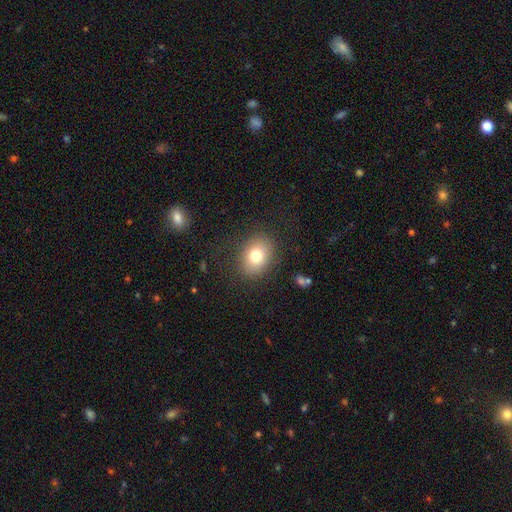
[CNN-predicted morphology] Smooth or featured: smooth — 77% (featured or disk — 13%)
How rounded: in between — 58% (round — 42%)
Merging: none — 84% (minor disturbance — 10%)